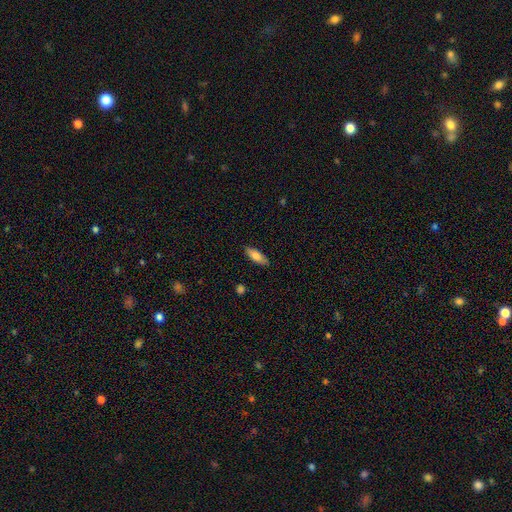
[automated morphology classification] The model was most divided on "how rounded": in between: 67%, cigar-shaped: 31%, round: 2%. More confident: merging — none (86%); smooth or featured — smooth (78%).